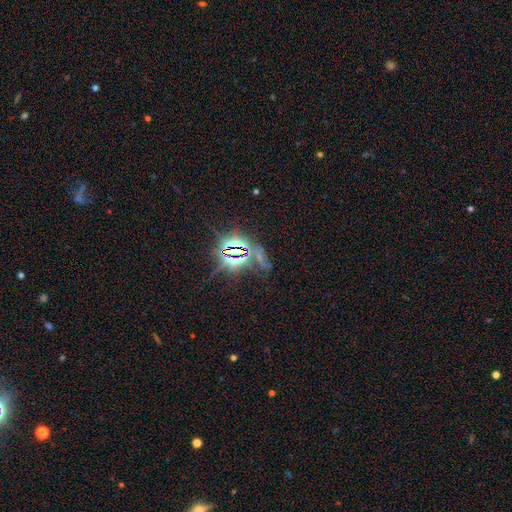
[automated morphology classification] This appears to be a star or artifact, not a galaxy (80%).